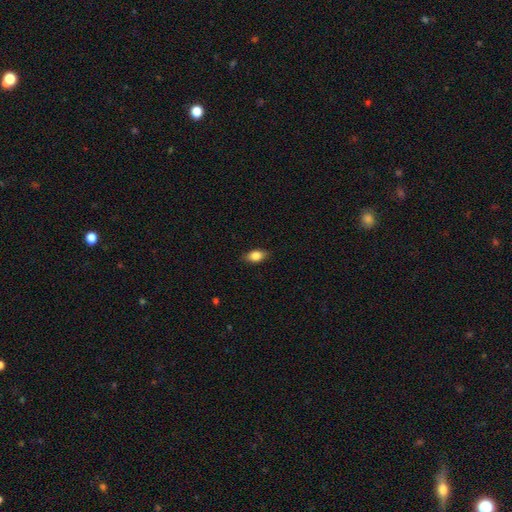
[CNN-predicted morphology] smooth_or_featured: smooth (p=0.81) [alt: featured or disk p=0.11]
how_rounded: in between (p=0.84) [alt: round p=0.11]
merging: none (p=0.84) [alt: minor disturbance p=0.13]